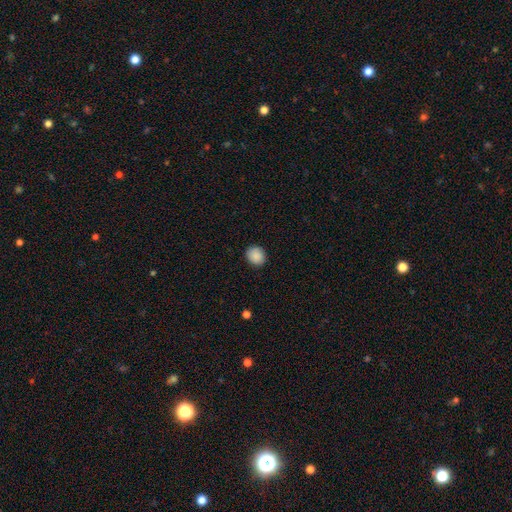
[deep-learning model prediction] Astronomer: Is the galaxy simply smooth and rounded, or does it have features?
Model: smooth — 89%.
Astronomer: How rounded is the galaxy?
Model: round — 76%.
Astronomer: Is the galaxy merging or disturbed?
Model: none — 89%.